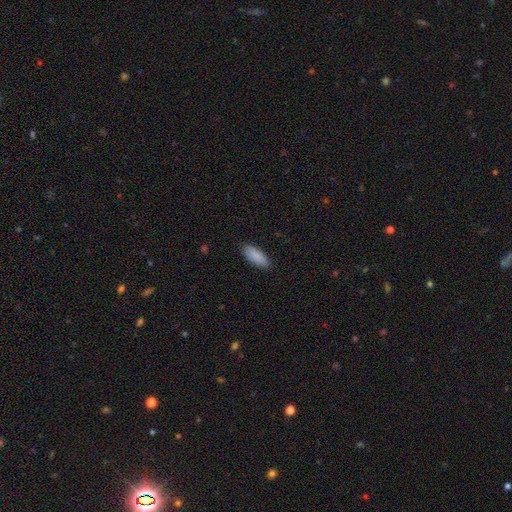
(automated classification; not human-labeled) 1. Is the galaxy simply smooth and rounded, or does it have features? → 89% smooth, 6% star or artifact, 5% featured or disk.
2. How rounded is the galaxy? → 79% in between, 19% cigar-shaped, 2% round.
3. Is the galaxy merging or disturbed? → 87% none, 10% minor disturbance, 2% major disturbance, 1% merger.